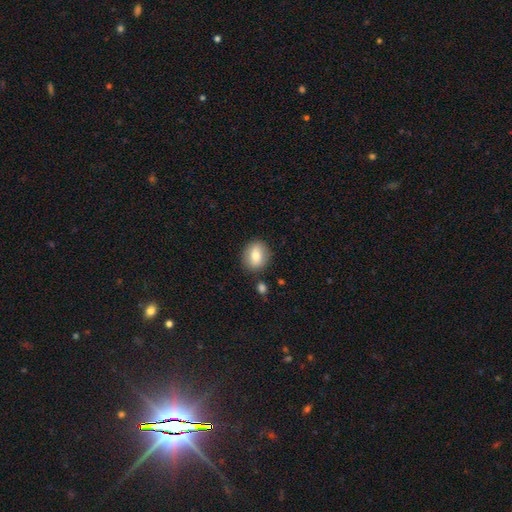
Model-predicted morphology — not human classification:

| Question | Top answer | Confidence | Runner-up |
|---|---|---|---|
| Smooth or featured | smooth | 75% | featured or disk (17%) |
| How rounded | round | 61% | in between (38%) |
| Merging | none | 85% | minor disturbance (9%) |